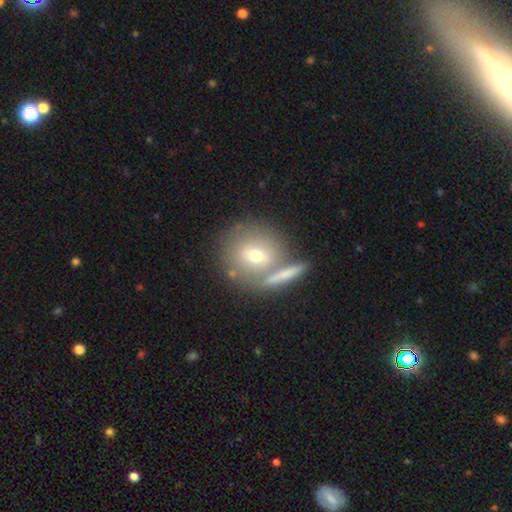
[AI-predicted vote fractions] This is likely a smooth galaxy (63%). How rounded: clearly round (86%). Merging: likely none (62%).